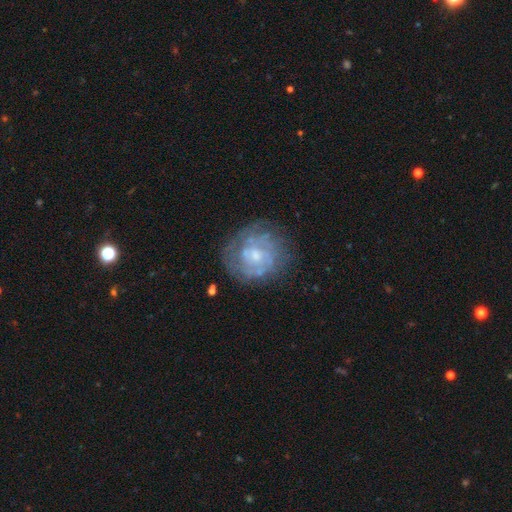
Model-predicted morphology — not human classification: type=featured or disk (70%); edge-on=no (98%); bar=no (77%); spiral arms=yes (58%); bulge=moderate (45%); merging=none (69%).